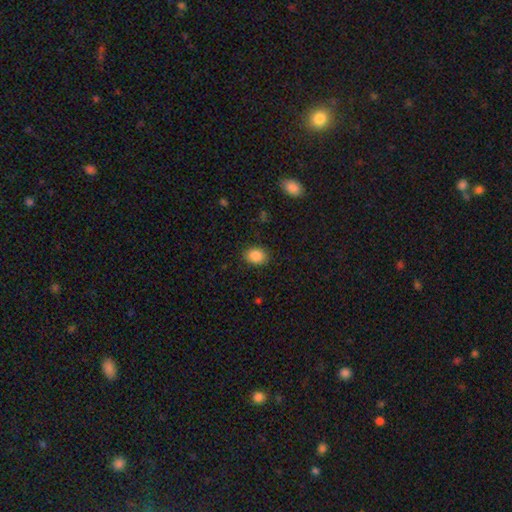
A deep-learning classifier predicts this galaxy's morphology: Q: Smooth or featured?
A: smooth (88%); runner-up: star or artifact (9%)
Q: How rounded?
A: in between (58%); runner-up: round (41%)
Q: Merging?
A: none (87%); runner-up: minor disturbance (9%)